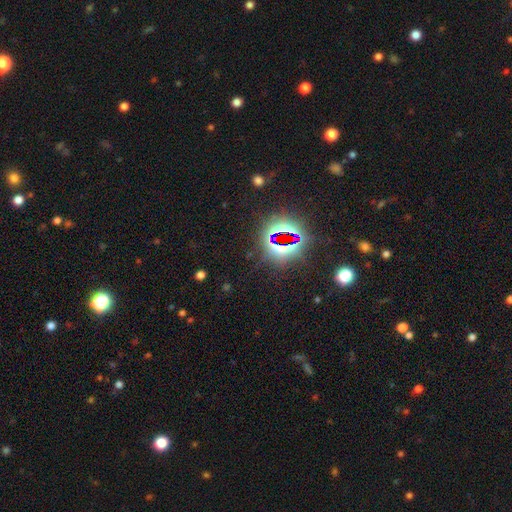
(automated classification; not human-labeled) Smooth or featured?
  - star or artifact: 79% *
  - smooth: 12%
  - featured or disk: 8%